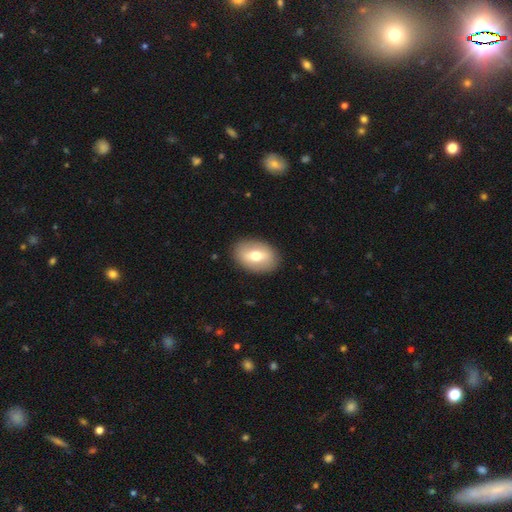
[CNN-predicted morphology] A smooth galaxy with no disk features (62%) that is in between round and cigar-shaped (82%).

Vote fractions:
- Smooth or featured? smooth: 62% / featured or disk: 31% / star or artifact: 7%
- How rounded? in between: 82% / round: 16% / cigar-shaped: 1%
- Merging? none: 88% / minor disturbance: 8% / major disturbance: 3% / merger: 1%